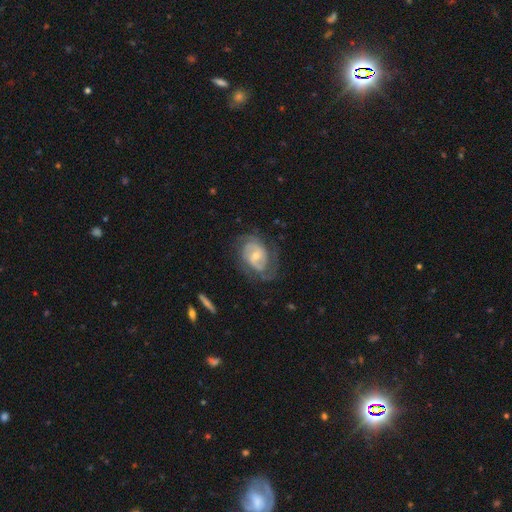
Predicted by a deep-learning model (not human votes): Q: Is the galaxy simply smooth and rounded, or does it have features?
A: featured or disk — 80%.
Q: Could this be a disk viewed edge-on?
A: no — 97%.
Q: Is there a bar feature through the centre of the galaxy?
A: no — 45%.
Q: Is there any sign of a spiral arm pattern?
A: yes — 90%.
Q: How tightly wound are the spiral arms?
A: tight — 43%.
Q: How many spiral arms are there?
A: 2 — 60%.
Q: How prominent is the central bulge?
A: small — 52%.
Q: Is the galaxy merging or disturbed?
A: none — 61%.